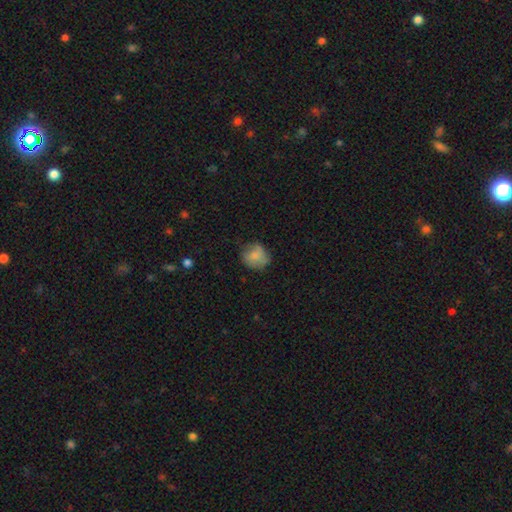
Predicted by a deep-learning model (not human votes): Overall: smooth (72%). How rounded: round (74%). Merging: none (60%; minor disturbance 28%).